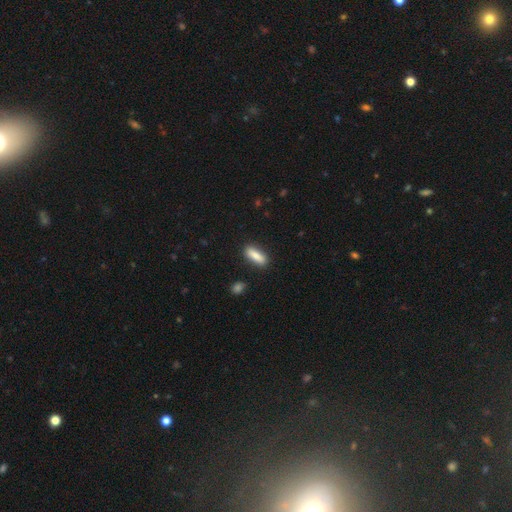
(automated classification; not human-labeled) The model was most divided on "how rounded": in between: 53%, cigar-shaped: 45%, round: 2%. More confident: merging — none (87%); smooth or featured — smooth (83%).